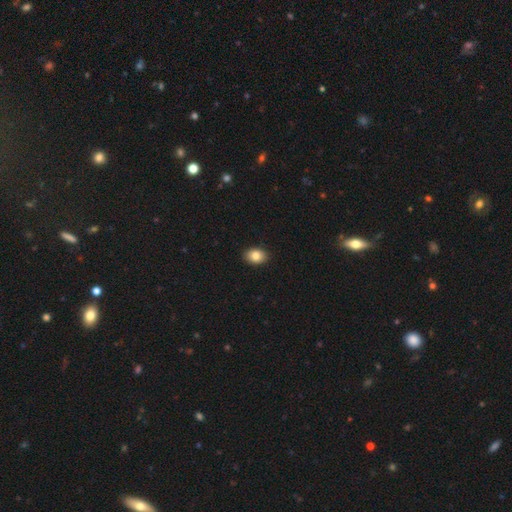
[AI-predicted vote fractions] Morphology: type=smooth (84%); roundness=in between (77%); merging=none (89%).